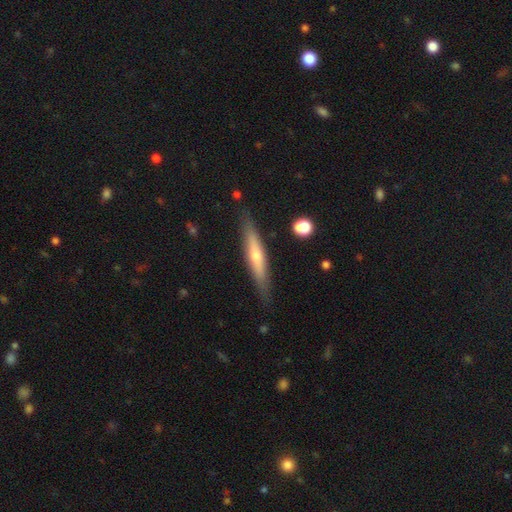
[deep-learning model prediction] A featured or disk galaxy (53%) viewed edge-on (91%). Merging: none (85%).